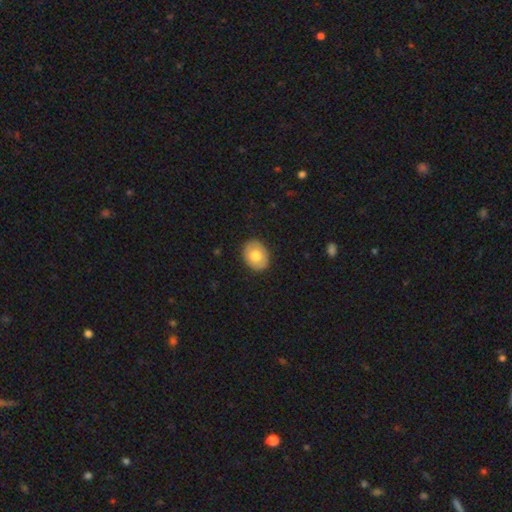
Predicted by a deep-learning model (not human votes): smooth 73%, featured or disk 21%, star or artifact 7%. Down the decision tree: how rounded — in between (60%); merging — none (89%).